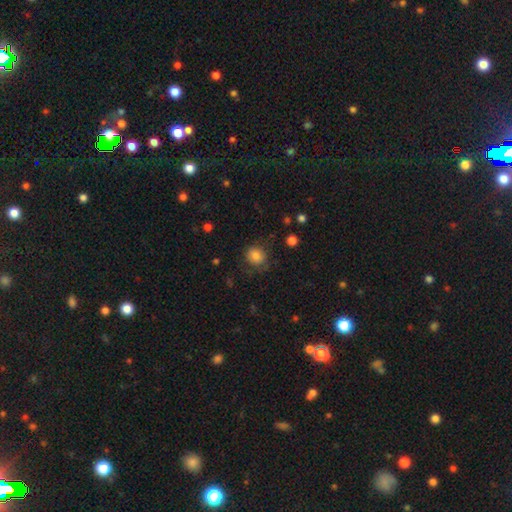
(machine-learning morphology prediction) type=smooth (80%); roundness=round (80%); merging=none (73%).